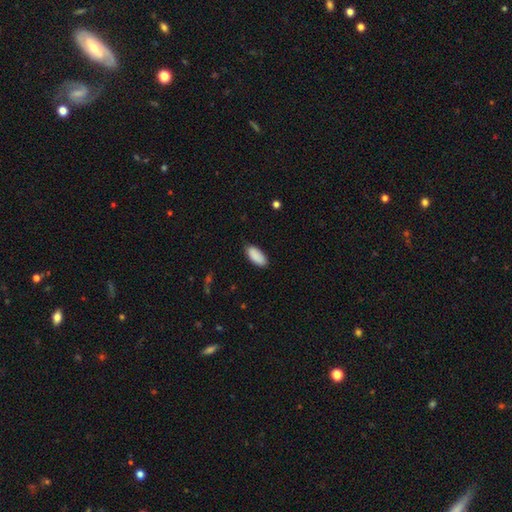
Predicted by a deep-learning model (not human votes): smooth-or-featured: smooth: 90% | star or artifact: 6% | featured or disk: 4%
  how-rounded: in between: 89% | cigar-shaped: 9% | round: 2%
  merging: none: 83% | minor disturbance: 13% | major disturbance: 2% | merger: 1%